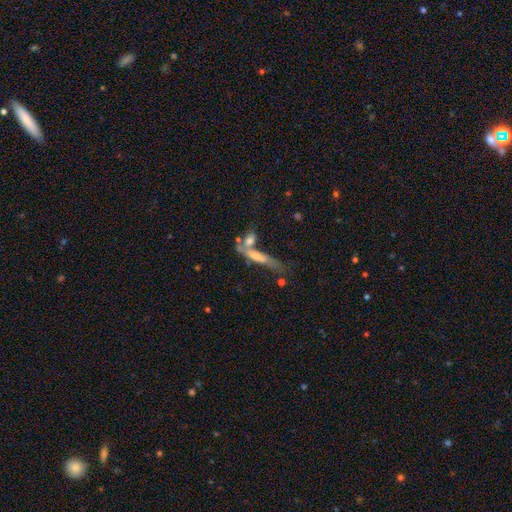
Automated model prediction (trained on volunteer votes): Smooth or featured?
  - featured or disk: 46% *
  - smooth: 44%
  - star or artifact: 10%
Merging?
  - none: 41% *
  - merger: 30%
  - minor disturbance: 17%
  - major disturbance: 12%